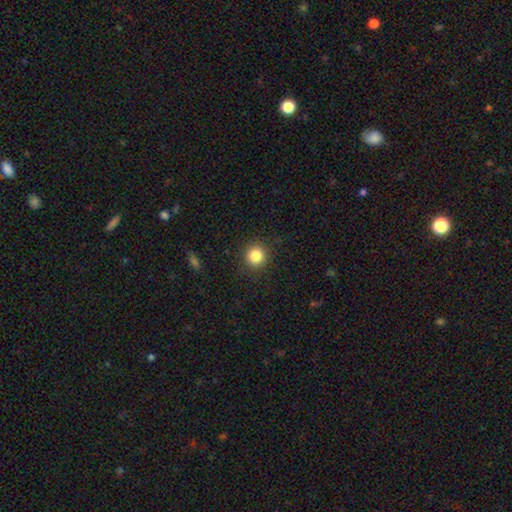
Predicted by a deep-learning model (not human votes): Smooth or featured? Predicted: smooth (p=0.84). How rounded? Predicted: round (p=0.93). Merging? Predicted: none (p=0.90).